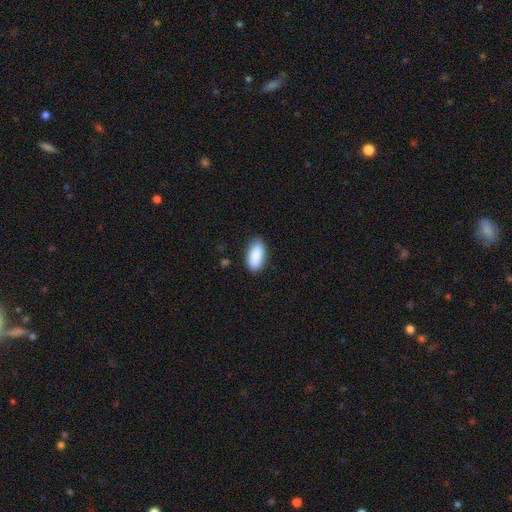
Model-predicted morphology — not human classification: Smooth or featured?
  - smooth: 89% *
  - star or artifact: 6%
  - featured or disk: 4%
How rounded?
  - in between: 92% *
  - cigar-shaped: 6%
  - round: 2%
Merging?
  - none: 82% *
  - minor disturbance: 14%
  - major disturbance: 3%
  - merger: 1%